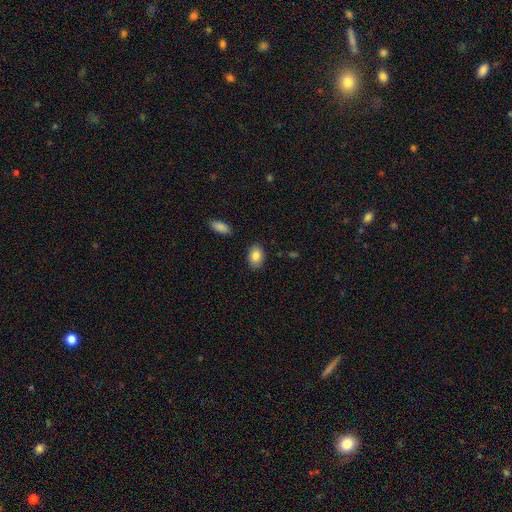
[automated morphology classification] The model was most divided on "how rounded": in between: 85%, round: 14%, cigar-shaped: 1%. More confident: merging — none (87%); smooth or featured — smooth (85%).